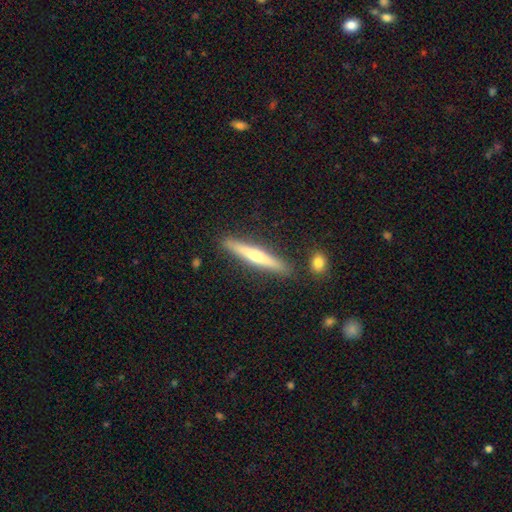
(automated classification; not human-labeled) This is likely a featured or disk galaxy (63%). It is clearly viewed edge-on (97%). Edge-on bulge: clearly rounded (83%). Merging: clearly none (88%).